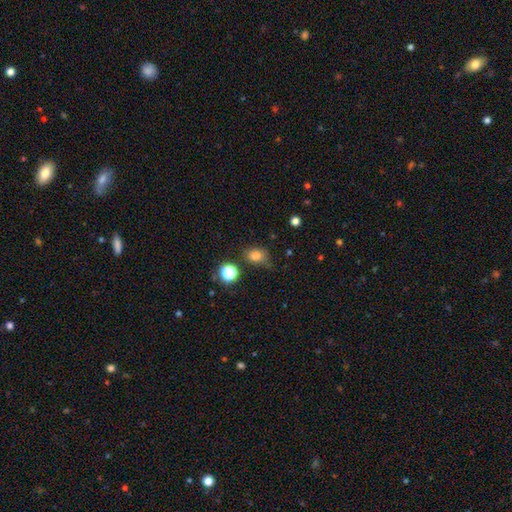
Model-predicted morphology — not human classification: The model was most divided on "how rounded": in between: 52%, round: 47%, cigar-shaped: 1%. More confident: smooth or featured — smooth (79%); merging — none (64%).